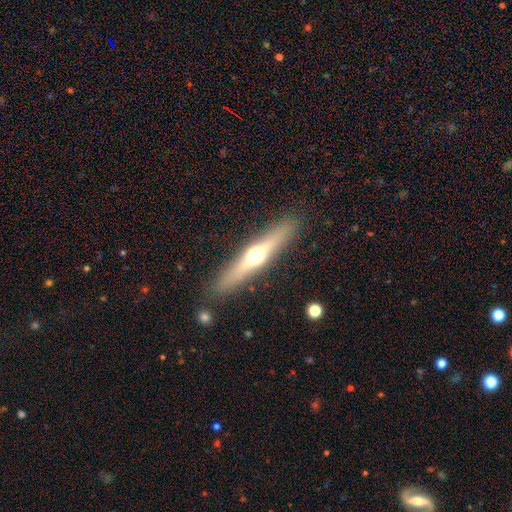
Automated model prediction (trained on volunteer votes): smooth_or_featured: featured or disk (p=0.57) [alt: smooth p=0.36]
disk_edge_on: yes (p=0.92) [alt: no p=0.08]
edge_on_bulge: rounded (p=0.92) [alt: none p=0.05]
merging: none (p=0.89) [alt: minor disturbance p=0.08]